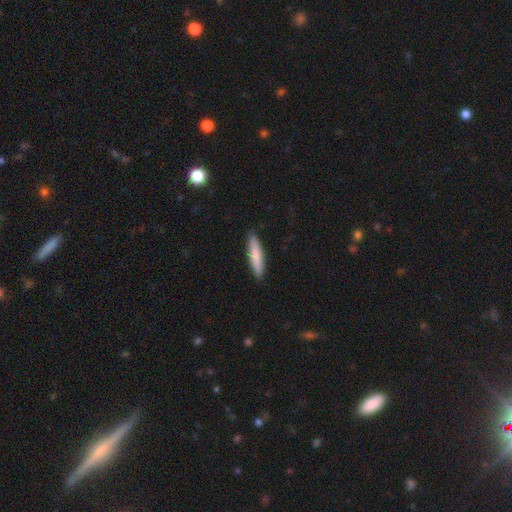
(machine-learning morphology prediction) A smooth galaxy with no disk features (80%) that is cigar-shaped (86%). Merging: none (90%).